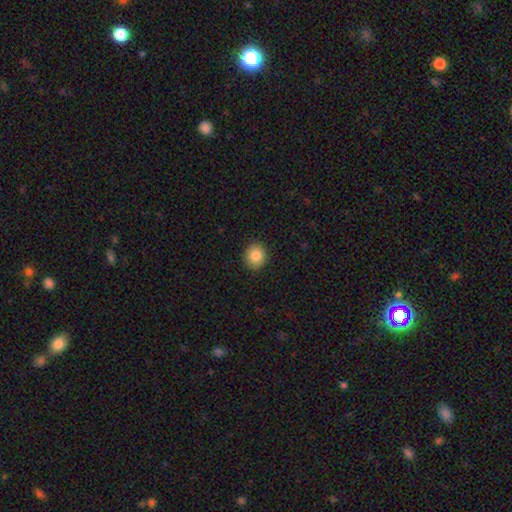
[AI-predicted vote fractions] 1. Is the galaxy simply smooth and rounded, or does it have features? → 85% smooth, 9% star or artifact, 6% featured or disk.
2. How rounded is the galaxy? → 80% round, 19% in between, 1% cigar-shaped.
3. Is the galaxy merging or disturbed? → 91% none, 6% minor disturbance, 2% major disturbance, 1% merger.